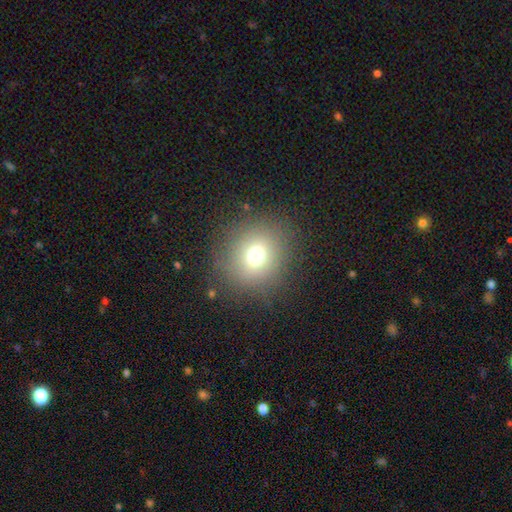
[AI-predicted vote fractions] smooth 70%, star or artifact 19%, featured or disk 11%. Down the decision tree: how rounded — round (84%); merging — none (84%).